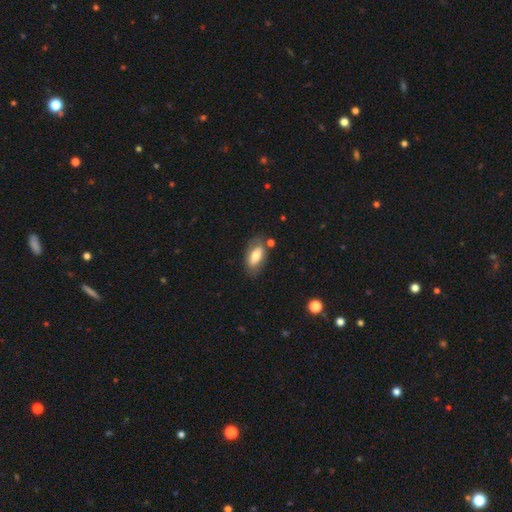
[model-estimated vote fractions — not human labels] smooth_or_featured: smooth (p=0.66) [alt: featured or disk p=0.27]
how_rounded: in between (p=0.91) [alt: cigar-shaped p=0.06]
merging: none (p=0.70) [alt: minor disturbance p=0.18]